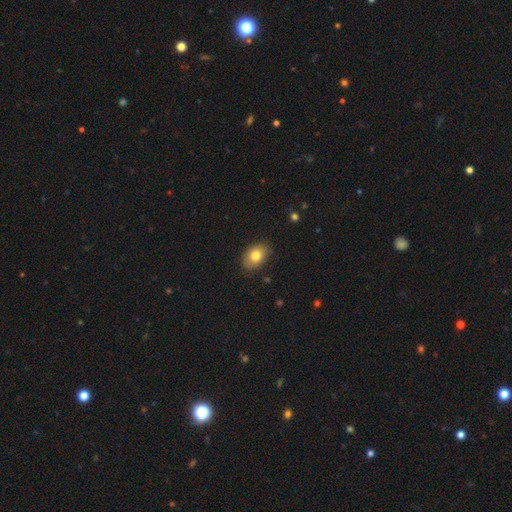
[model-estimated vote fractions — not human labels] This is likely a smooth galaxy (79%). How rounded: clearly in between (81%). Merging: clearly none (84%).